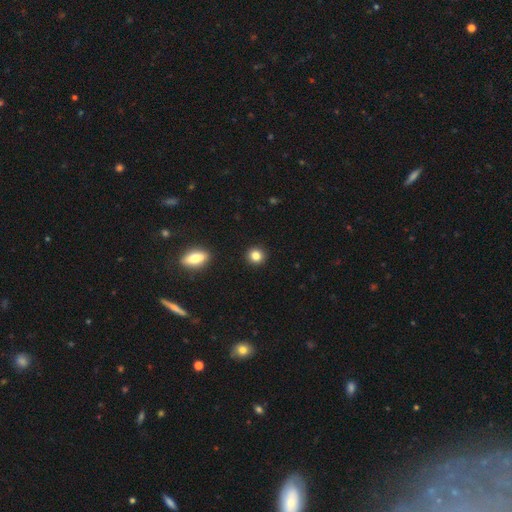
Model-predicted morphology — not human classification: Smooth or featured? Predicted: smooth (p=0.84). How rounded? Predicted: round (p=0.90). Merging? Predicted: none (p=0.92).